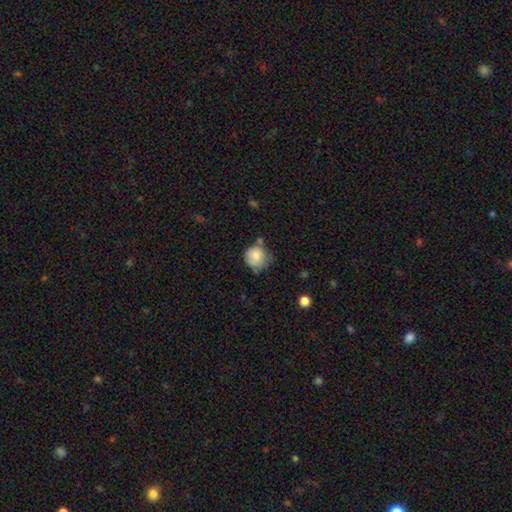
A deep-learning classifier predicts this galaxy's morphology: smooth 80%, featured or disk 12%, star or artifact 8%. Down the decision tree: how rounded — round (84%); merging — none (51%).